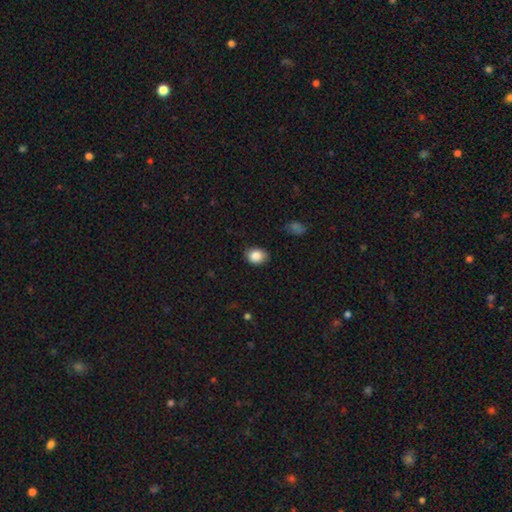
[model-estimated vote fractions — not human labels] Smooth or featured? smooth (86%)
How rounded? round (50%)
Merging? none (82%)